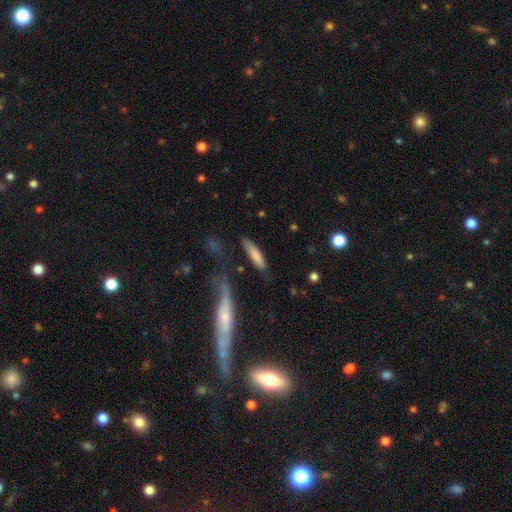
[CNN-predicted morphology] The model was most divided on "merging": none: 65%, minor disturbance: 18%, merger: 10%, major disturbance: 7%. More confident: smooth or featured — smooth (78%); how rounded — cigar-shaped (73%).